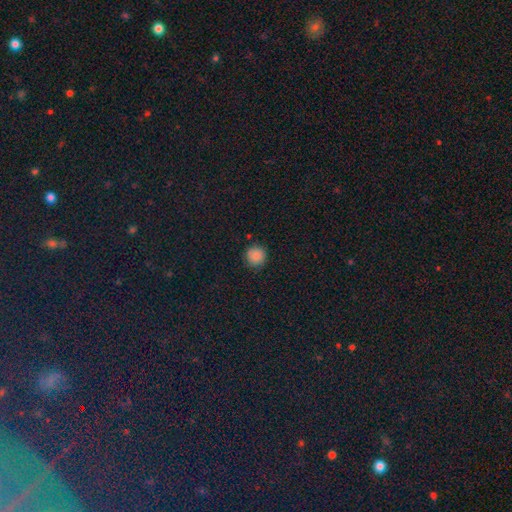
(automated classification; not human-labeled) A smooth galaxy with no disk features (84%) that is round (94%).

Vote fractions:
- Smooth or featured? smooth: 84% / star or artifact: 11% / featured or disk: 5%
- How rounded? round: 94% / in between: 5% / cigar-shaped: 1%
- Merging? none: 87% / minor disturbance: 10% / major disturbance: 2% / merger: 1%